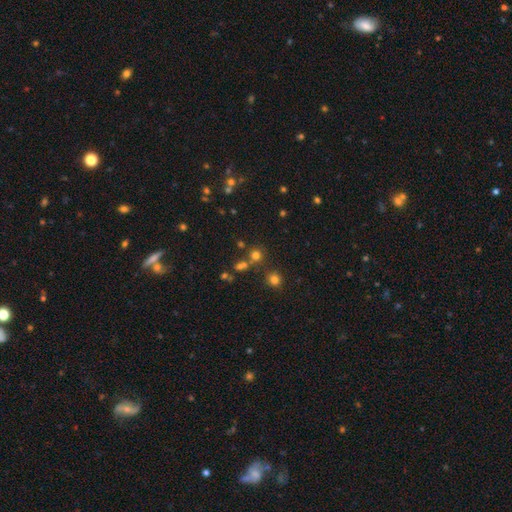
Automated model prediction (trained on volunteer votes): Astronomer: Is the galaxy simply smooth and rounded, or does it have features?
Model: smooth — 65%.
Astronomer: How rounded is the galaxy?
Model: round — 89%.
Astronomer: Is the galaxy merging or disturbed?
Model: none — 69%.